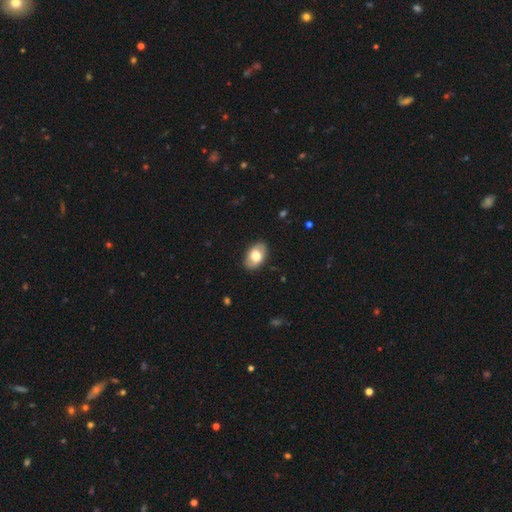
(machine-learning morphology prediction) A smooth galaxy with no disk features (70%) that is in between round and cigar-shaped (90%). Merging: none (85%).